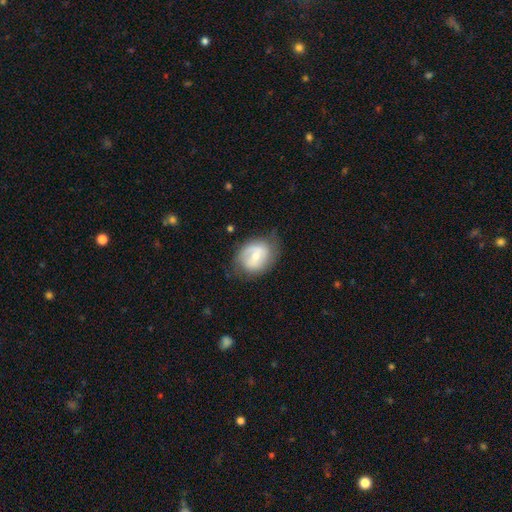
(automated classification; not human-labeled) The model was most divided on "bulge size": moderate: 50%, small: 44%, large: 3%, none: 2%, dominant: 1%. Remaining: edge-on disk — no (97%); spiral arms — yes (77%); merging — none (62%); smooth or featured — featured or disk (60%); bar — weak (48%).